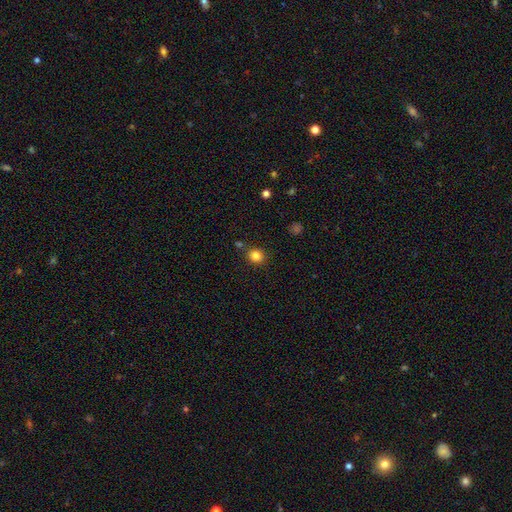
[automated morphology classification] The model was most divided on "how rounded": round: 85%, in between: 14%, cigar-shaped: 1%. More confident: merging — none (83%); smooth or featured — smooth (83%).